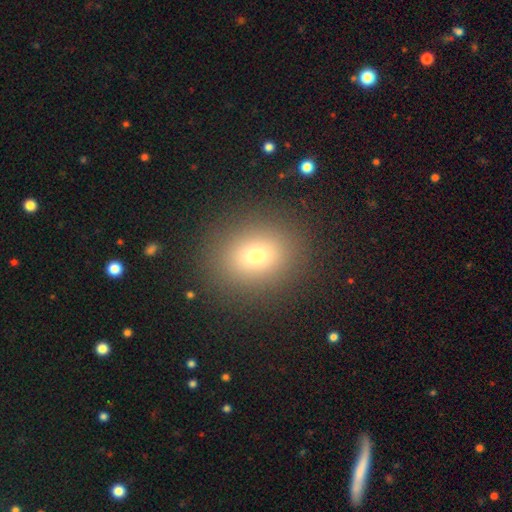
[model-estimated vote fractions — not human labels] A smooth galaxy with no disk features (71%) that is round (66%).

Vote fractions:
- Smooth or featured? smooth: 71% / star or artifact: 17% / featured or disk: 11%
- How rounded? round: 66% / in between: 32% / cigar-shaped: 1%
- Merging? none: 88% / minor disturbance: 7% / major disturbance: 4% / merger: 1%